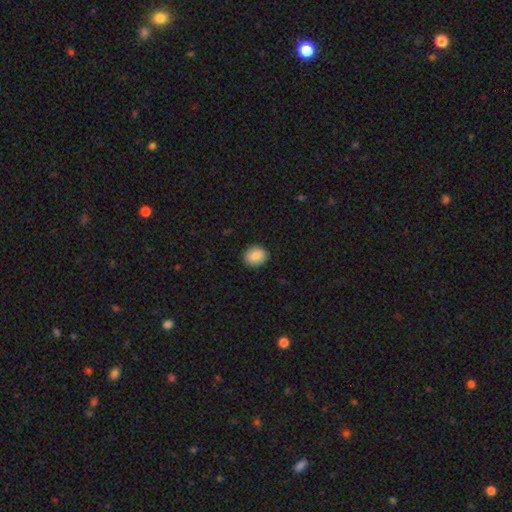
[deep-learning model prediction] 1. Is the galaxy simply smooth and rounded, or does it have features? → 85% smooth, 8% star or artifact, 7% featured or disk.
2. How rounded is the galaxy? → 64% round, 35% in between, 1% cigar-shaped.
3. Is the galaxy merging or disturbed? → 90% none, 7% minor disturbance, 2% major disturbance, 1% merger.